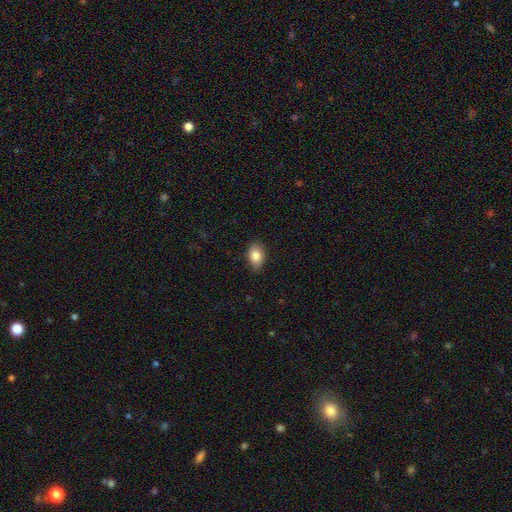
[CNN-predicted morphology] Smooth or featured? Predicted: smooth (p=0.85). How rounded? Predicted: in between (p=0.85). Merging? Predicted: none (p=0.81).